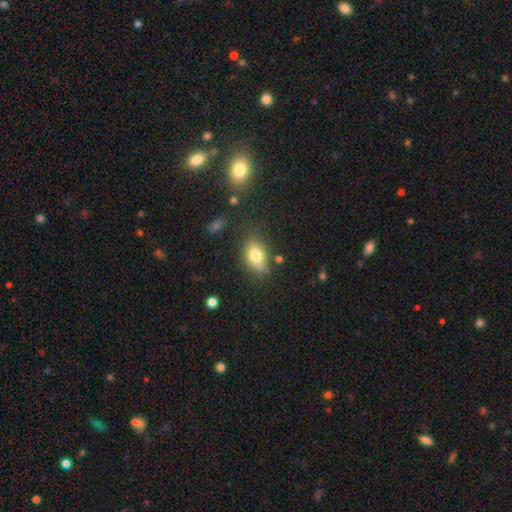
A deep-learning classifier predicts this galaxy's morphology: type=smooth (76%); roundness=in between (77%); merging=none (65%).